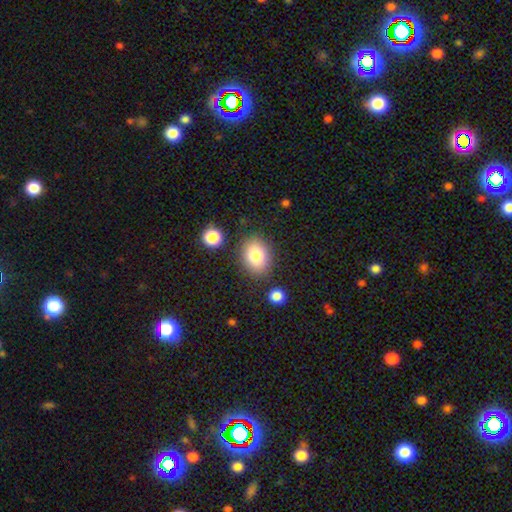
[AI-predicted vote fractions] This is clearly a smooth galaxy (82%). How rounded: likely in between (60%). Merging: clearly none (82%).